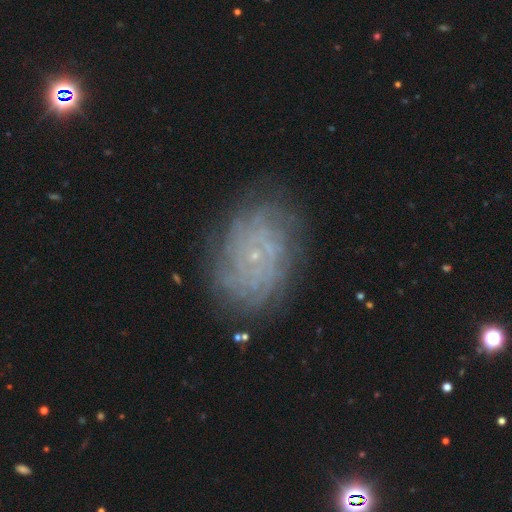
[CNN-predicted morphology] smooth-or-featured: featured or disk: 77% | smooth: 12% | star or artifact: 10%
  disk-edge-on: no: 97% | yes: 3%
    bar: no: 82% | weak: 14% | strong: 3%
    has-spiral-arms: yes: 92% | no: 8%
      spiral-winding: tight: 75% | medium: 18% | loose: 7%
      spiral-arm-count: can't tell: 38% | more than 4: 23% | 4: 13% | 2: 9% | 3: 9% | 1: 8%
    bulge-size: small: 89% | moderate: 6% | none: 3% | large: 1% | dominant: 1%
  merging: none: 80% | minor disturbance: 13% | major disturbance: 5% | merger: 2%